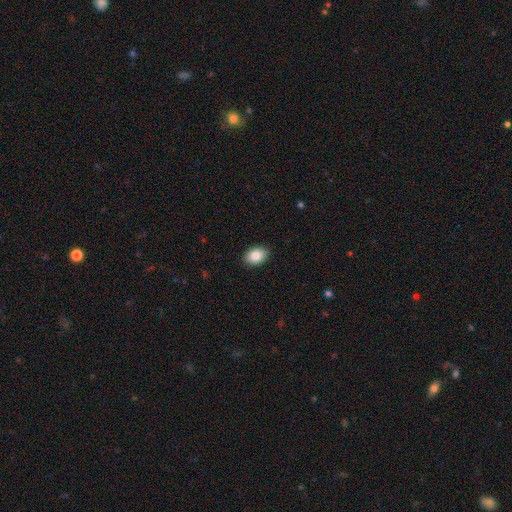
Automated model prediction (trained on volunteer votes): A smooth galaxy with no disk features (86%) that is in between round and cigar-shaped (80%).

Vote fractions:
- Smooth or featured? smooth: 86% / star or artifact: 8% / featured or disk: 7%
- How rounded? in between: 80% / round: 19% / cigar-shaped: 1%
- Merging? none: 90% / minor disturbance: 8% / major disturbance: 2% / merger: 1%